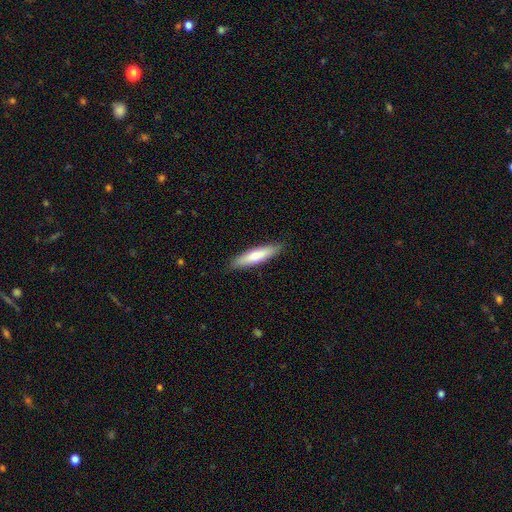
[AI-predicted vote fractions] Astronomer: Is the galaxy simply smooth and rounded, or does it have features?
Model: smooth — 72%.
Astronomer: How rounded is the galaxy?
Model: cigar-shaped — 79%.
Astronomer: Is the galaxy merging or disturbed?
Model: none — 88%.